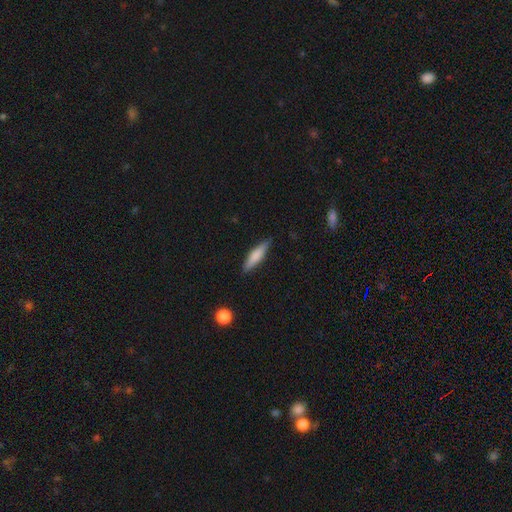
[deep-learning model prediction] smooth 68%, featured or disk 26%, star or artifact 6%. Down the decision tree: how rounded — cigar-shaped (76%); merging — none (86%).